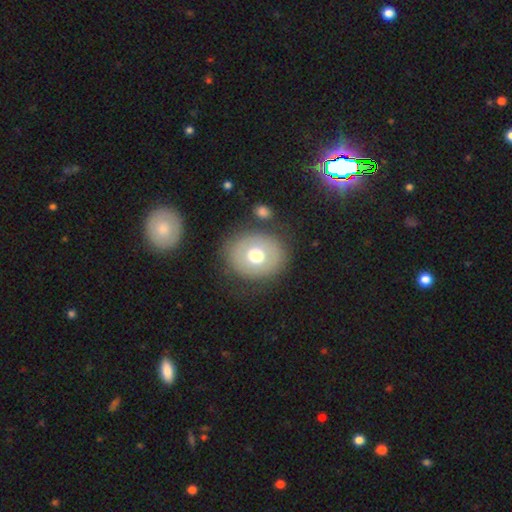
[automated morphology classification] The model was most divided on "smooth or featured": smooth: 61%, featured or disk: 31%, star or artifact: 8%. More confident: merging — none (78%); how rounded — round (69%).